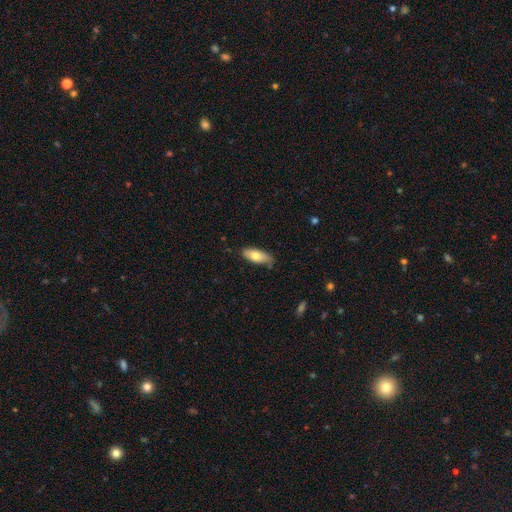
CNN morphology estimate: Smooth or featured: smooth — 72% (featured or disk — 22%)
How rounded: in between — 80% (cigar-shaped — 18%)
Merging: none — 73% (minor disturbance — 22%)